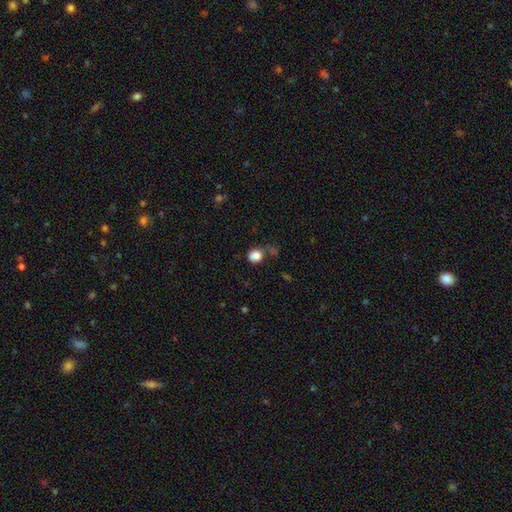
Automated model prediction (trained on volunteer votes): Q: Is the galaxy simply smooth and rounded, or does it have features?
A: smooth — 85%.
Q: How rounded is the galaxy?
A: round — 75%.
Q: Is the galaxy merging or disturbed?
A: none — 63%.